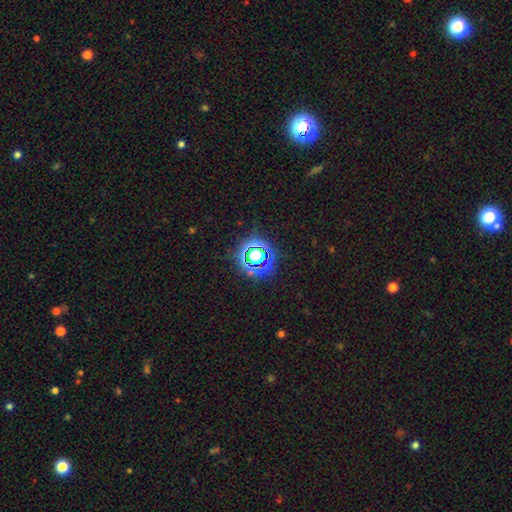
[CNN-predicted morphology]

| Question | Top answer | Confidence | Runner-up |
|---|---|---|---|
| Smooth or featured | star or artifact | 62% | smooth (27%) |